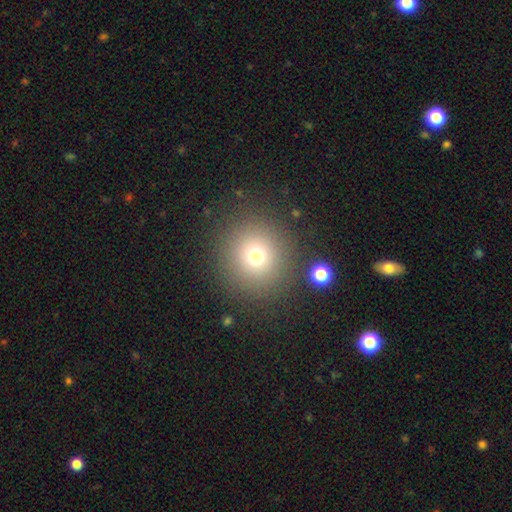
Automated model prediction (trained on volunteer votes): smooth-or-featured: smooth: 72% | star or artifact: 18% | featured or disk: 10%
  how-rounded: round: 94% | in between: 5% | cigar-shaped: 1%
  merging: none: 86% | minor disturbance: 7% | major disturbance: 4% | merger: 3%